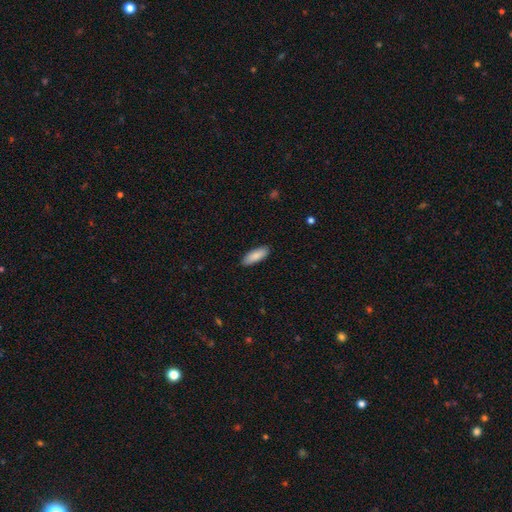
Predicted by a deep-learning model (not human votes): Q: Smooth or featured?
A: smooth (88%); runner-up: featured or disk (6%)
Q: How rounded?
A: in between (64%); runner-up: cigar-shaped (34%)
Q: Merging?
A: none (89%); runner-up: minor disturbance (9%)